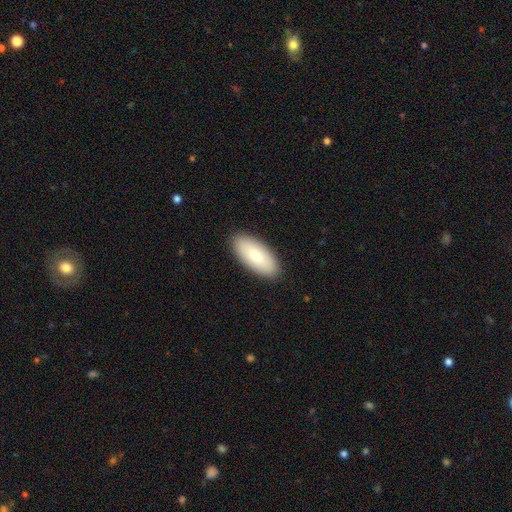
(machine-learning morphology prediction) smooth 85%, featured or disk 10%, star or artifact 5%. Down the decision tree: how rounded — in between (87%); merging — none (90%).